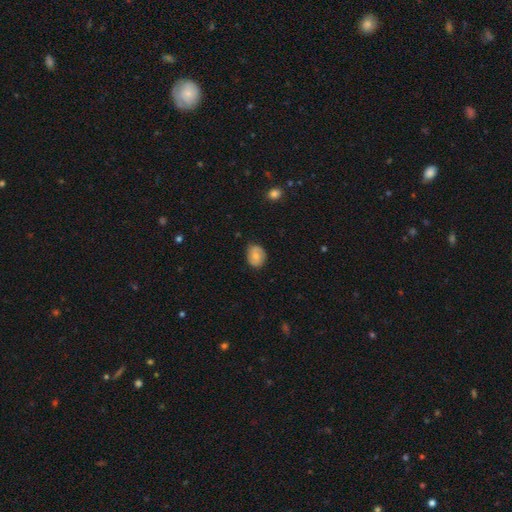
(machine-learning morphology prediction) smooth 66%, featured or disk 26%, star or artifact 7%. Down the decision tree: how rounded — round (50%); merging — none (75%).